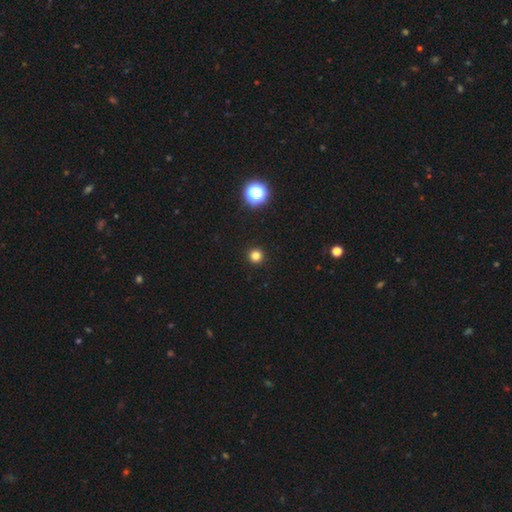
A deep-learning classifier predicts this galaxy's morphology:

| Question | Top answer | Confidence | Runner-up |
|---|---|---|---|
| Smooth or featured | smooth | 80% | star or artifact (16%) |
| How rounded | round | 96% | in between (3%) |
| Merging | none | 94% | minor disturbance (3%) |